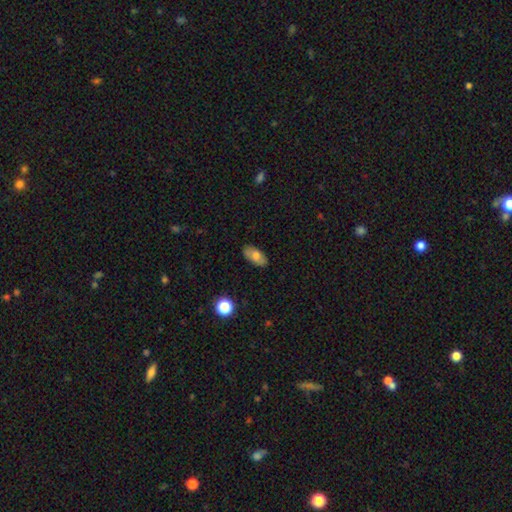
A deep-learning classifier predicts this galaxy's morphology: A smooth galaxy with no disk features (68%) that is in between round and cigar-shaped (91%).

Vote fractions:
- Smooth or featured? smooth: 68% / featured or disk: 24% / star or artifact: 8%
- How rounded? in between: 91% / round: 5% / cigar-shaped: 4%
- Merging? none: 83% / minor disturbance: 13% / major disturbance: 2% / merger: 1%